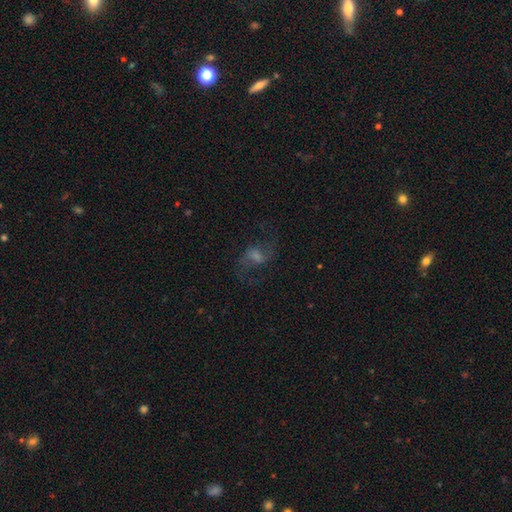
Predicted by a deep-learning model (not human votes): smooth-or-featured: featured or disk: 63% | smooth: 22% | star or artifact: 15%
  disk-edge-on: no: 96% | yes: 4%
    bar: weak: 51% | no: 32% | strong: 16%
    has-spiral-arms: yes: 89% | no: 11%
      spiral-winding: loose: 65% | medium: 30% | tight: 5%
      spiral-arm-count: 2: 89% | can't tell: 5% | 1: 3% | 3: 1% | 4: 1% | more than 4: 1%
    bulge-size: moderate: 33% | small: 30% | none: 23% | large: 12% | dominant: 2%
  merging: none: 67% | major disturbance: 17% | minor disturbance: 15% | merger: 2%